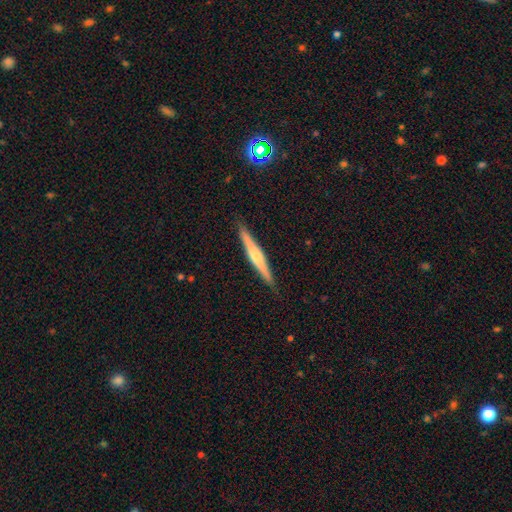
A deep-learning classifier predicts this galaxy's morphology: A featured or disk galaxy (62%) viewed edge-on (98%) with a rounded central bulge (76%).

Vote fractions:
- Smooth or featured? featured or disk: 62% / smooth: 32% / star or artifact: 5%
- Edge-on disk? yes: 98% / no: 2%
- Edge-on bulge? rounded: 76% / none: 16% / boxy: 8%
- Merging? none: 90% / minor disturbance: 7% / major disturbance: 1% / merger: 1%